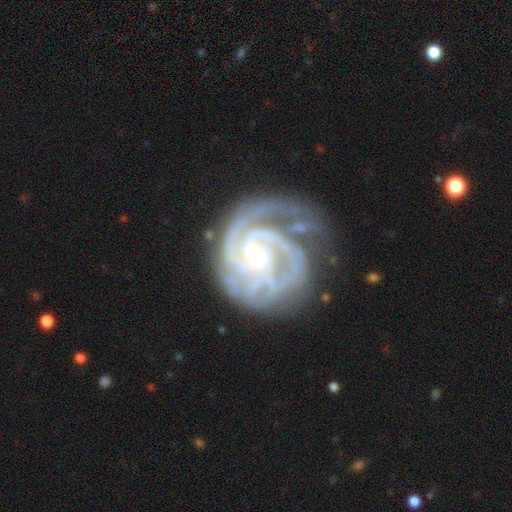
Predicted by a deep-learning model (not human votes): smooth_or_featured: featured or disk (p=0.92) [alt: star or artifact p=0.05]
disk_edge_on: no (p=0.98) [alt: yes p=0.02]
bar: no (p=0.65) [alt: weak p=0.26]
has_spiral_arms: yes (p=0.98) [alt: no p=0.02]
spiral_winding: tight (p=0.65) [alt: medium p=0.30]
spiral_arm_count: 3 (p=0.37) [alt: 2 p=0.20]
bulge_size: small (p=0.78) [alt: moderate p=0.18]
merging: none (p=0.57) [alt: minor disturbance p=0.23]